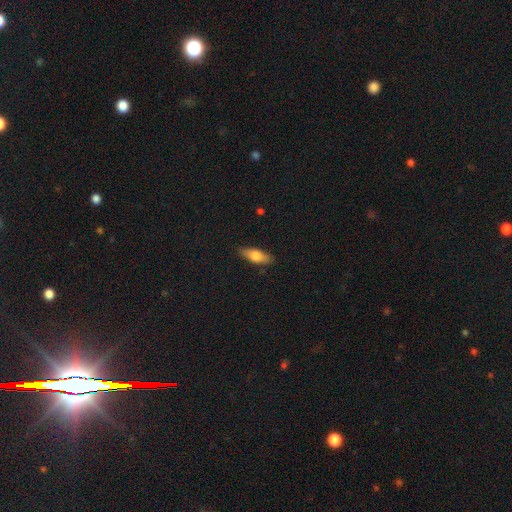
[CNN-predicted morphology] smooth 70%, featured or disk 23%, star or artifact 6%. Down the decision tree: how rounded — in between (69%); merging — none (85%).